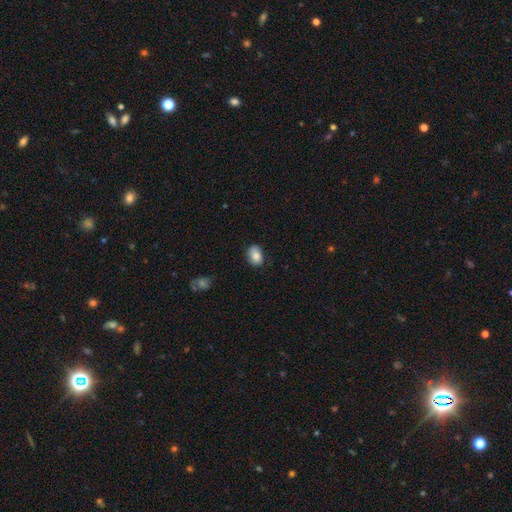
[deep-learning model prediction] Smooth or featured? Predicted: smooth (p=0.84). How rounded? Predicted: in between (p=0.76). Merging? Predicted: none (p=0.71).